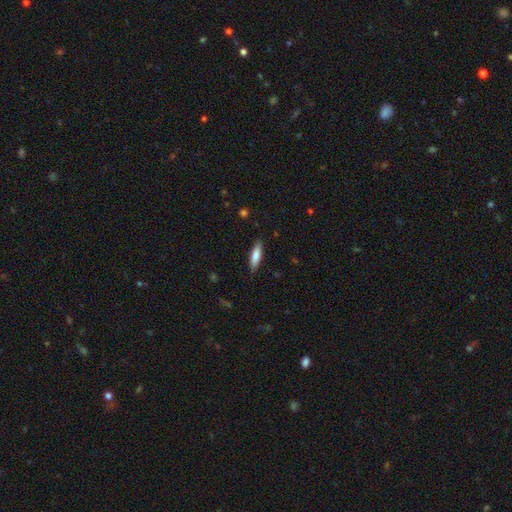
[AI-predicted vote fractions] Smooth or featured? smooth (76%)
How rounded? cigar-shaped (66%)
Merging? none (87%)